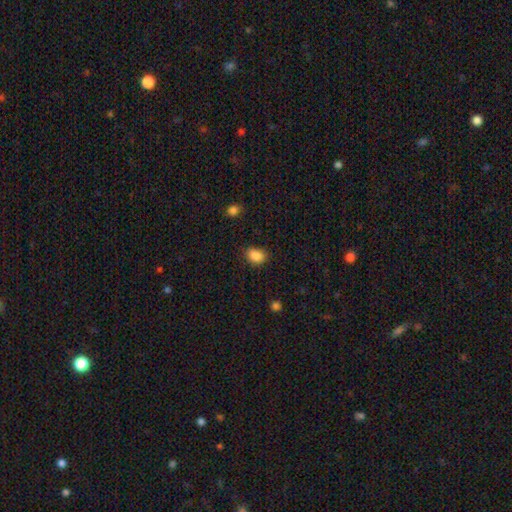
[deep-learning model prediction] smooth-or-featured: smooth: 87% | star or artifact: 10% | featured or disk: 3%
  how-rounded: in between: 80% | round: 19% | cigar-shaped: 1%
  merging: none: 78% | minor disturbance: 16% | major disturbance: 4% | merger: 2%